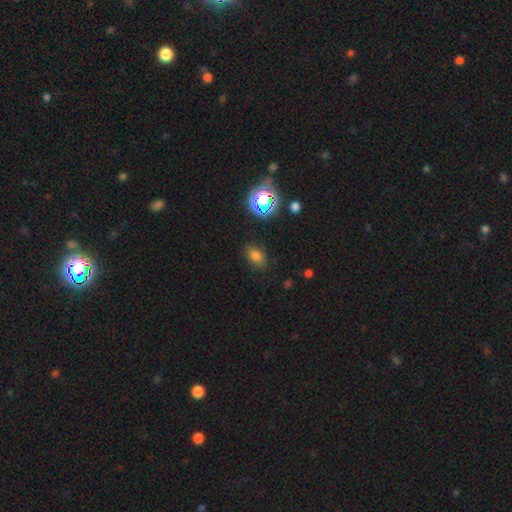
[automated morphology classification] smooth-or-featured: smooth: 72% | star or artifact: 20% | featured or disk: 8%
  how-rounded: in between: 74% | round: 25% | cigar-shaped: 2%
  merging: none: 79% | minor disturbance: 15% | major disturbance: 4% | merger: 2%